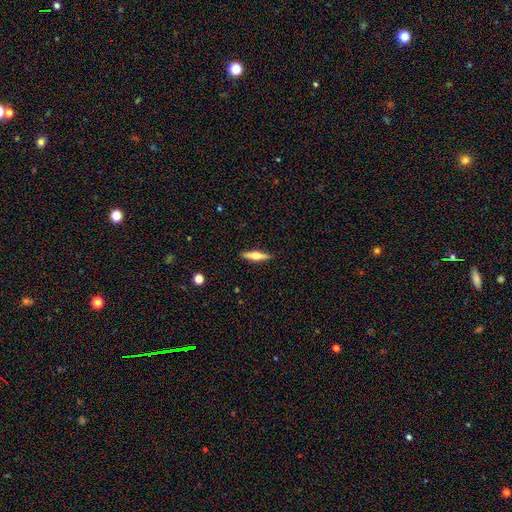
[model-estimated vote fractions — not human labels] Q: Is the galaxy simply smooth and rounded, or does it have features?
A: featured or disk — 52%.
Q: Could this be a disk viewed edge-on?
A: yes — 94%.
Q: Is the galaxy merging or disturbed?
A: none — 90%.